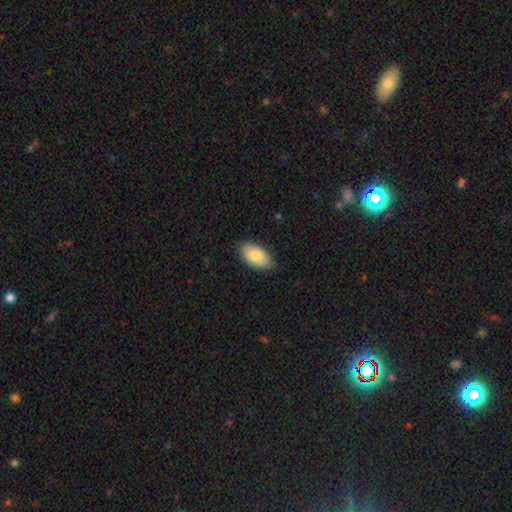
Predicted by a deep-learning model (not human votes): Smooth or featured? Predicted: smooth (p=0.84). How rounded? Predicted: in between (p=0.95). Merging? Predicted: none (p=0.84).